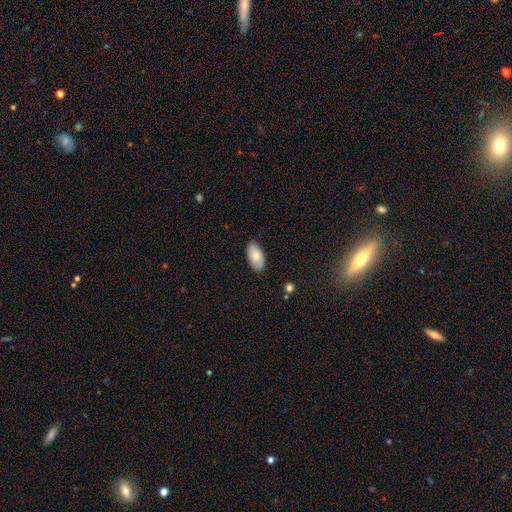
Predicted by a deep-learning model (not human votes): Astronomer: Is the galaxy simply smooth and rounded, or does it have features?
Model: smooth — 77%.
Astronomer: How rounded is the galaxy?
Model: in between — 95%.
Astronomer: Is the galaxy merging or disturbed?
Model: none — 84%.